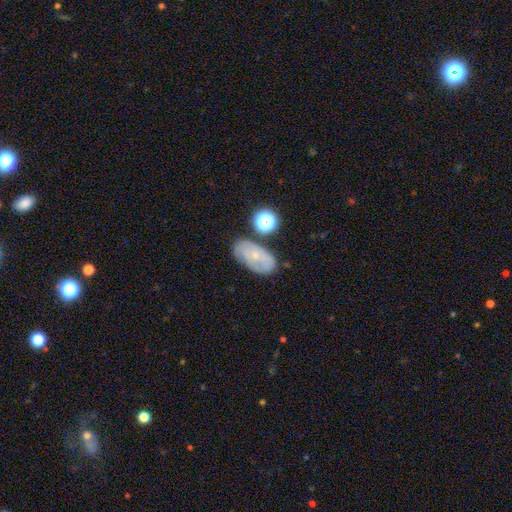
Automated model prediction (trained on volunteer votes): Smooth or featured? Predicted: featured or disk (p=0.45). Merging? Predicted: none (p=0.70).